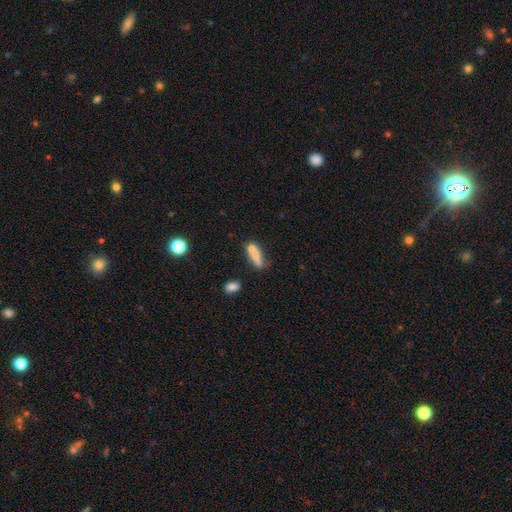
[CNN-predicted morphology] A smooth galaxy with no disk features (76%) that is cigar-shaped (59%). Merging: none (47%).